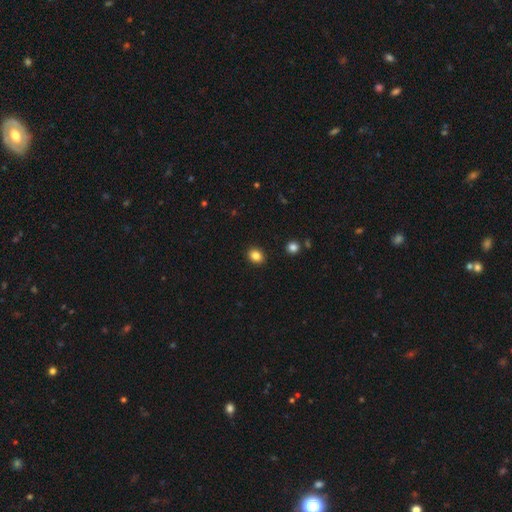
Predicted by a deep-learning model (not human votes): This is clearly a smooth galaxy (85%). How rounded: possibly round (55%). Merging: clearly none (90%).